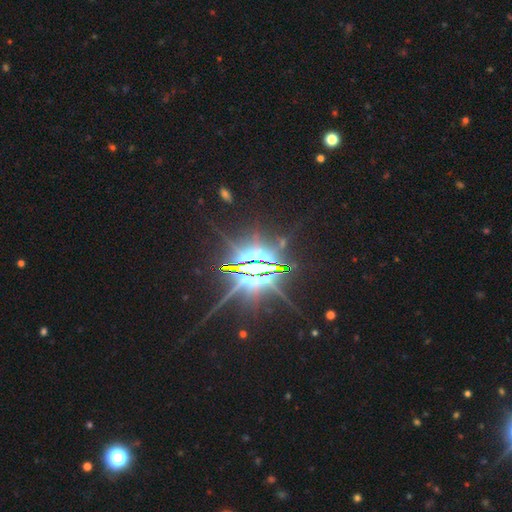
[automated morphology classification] smooth-or-featured: star or artifact: 83% | featured or disk: 12% | smooth: 5%